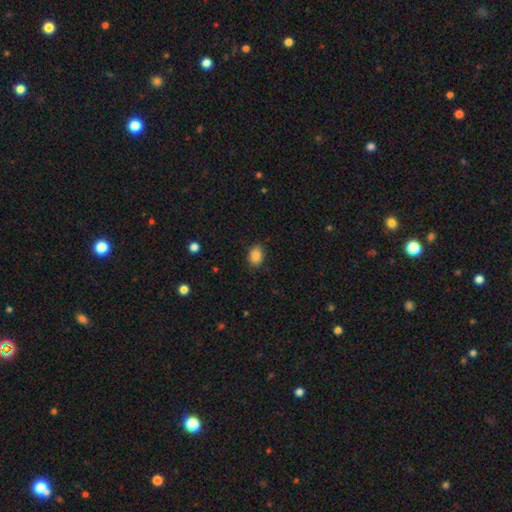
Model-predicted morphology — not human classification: Overall: smooth (86%). How rounded: in between (75%). Merging: none (86%).